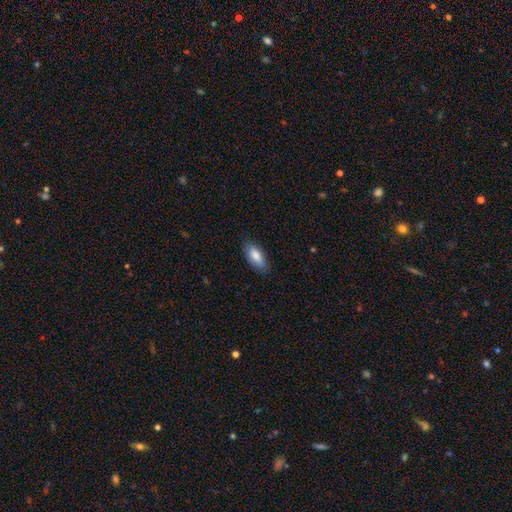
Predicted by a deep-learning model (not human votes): smooth-or-featured: smooth: 83% | featured or disk: 11% | star or artifact: 6%
  how-rounded: in between: 85% | cigar-shaped: 13% | round: 2%
  merging: none: 84% | minor disturbance: 13% | major disturbance: 3% | merger: 1%